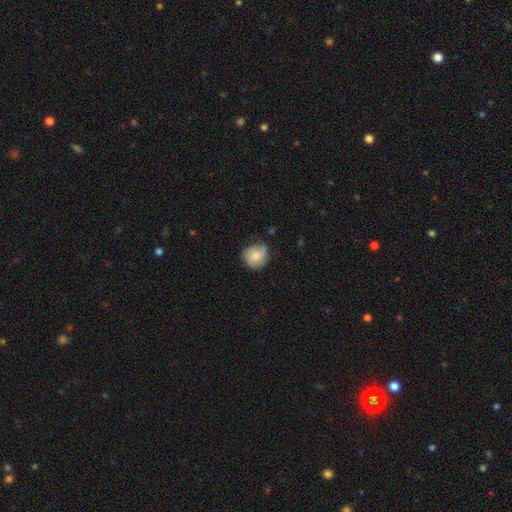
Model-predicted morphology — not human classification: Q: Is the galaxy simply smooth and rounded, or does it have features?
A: smooth — 63%.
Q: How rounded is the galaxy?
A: round — 79%.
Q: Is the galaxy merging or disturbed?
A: none — 66%.